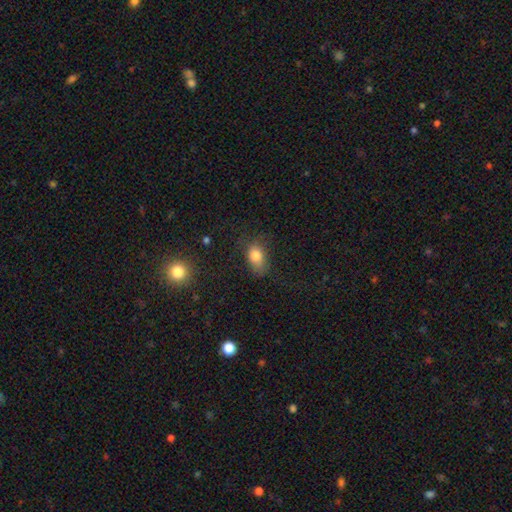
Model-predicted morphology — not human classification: Smooth or featured?
  - smooth: 80% *
  - star or artifact: 11%
  - featured or disk: 10%
How rounded?
  - in between: 80% *
  - round: 18%
  - cigar-shaped: 2%
Merging?
  - none: 60% *
  - minor disturbance: 26%
  - major disturbance: 12%
  - merger: 2%